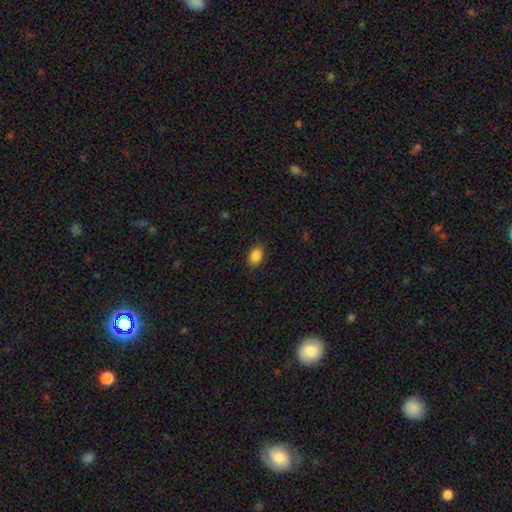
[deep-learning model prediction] Q: Smooth or featured?
A: smooth (88%); runner-up: star or artifact (8%)
Q: How rounded?
A: in between (85%); runner-up: round (14%)
Q: Merging?
A: none (87%); runner-up: minor disturbance (9%)